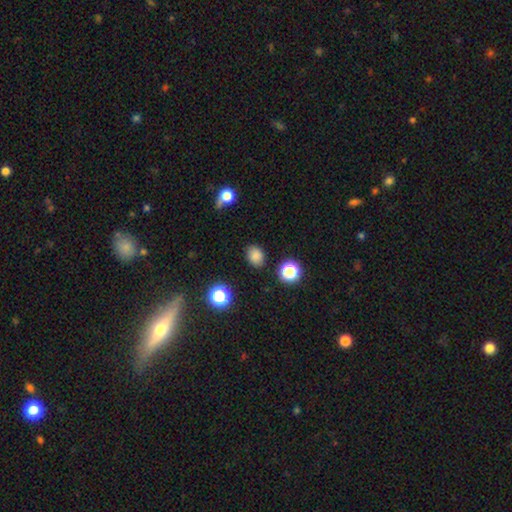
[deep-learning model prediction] smooth 82%, star or artifact 14%, featured or disk 5%. Down the decision tree: how rounded — in between (50%); merging — none (84%).